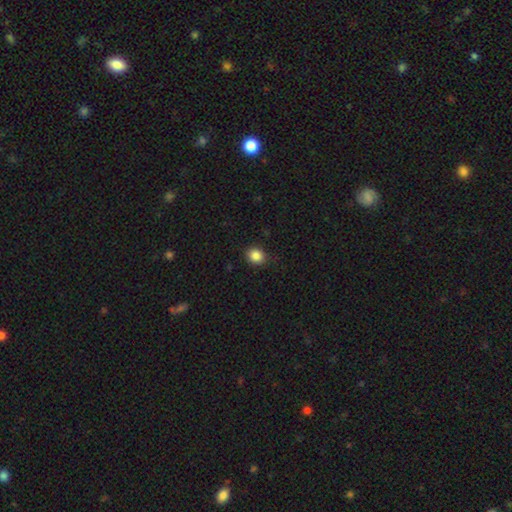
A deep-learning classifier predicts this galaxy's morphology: This is clearly a smooth galaxy (85%). How rounded: likely round (70%). Merging: clearly none (86%).